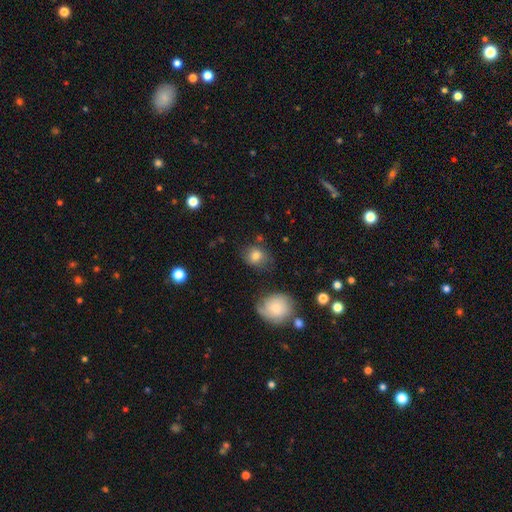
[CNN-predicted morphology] Smooth or featured?
  - smooth: 78% *
  - featured or disk: 12%
  - star or artifact: 10%
How rounded?
  - round: 64% *
  - in between: 35%
  - cigar-shaped: 1%
Merging?
  - none: 69% *
  - minor disturbance: 20%
  - major disturbance: 7%
  - merger: 5%